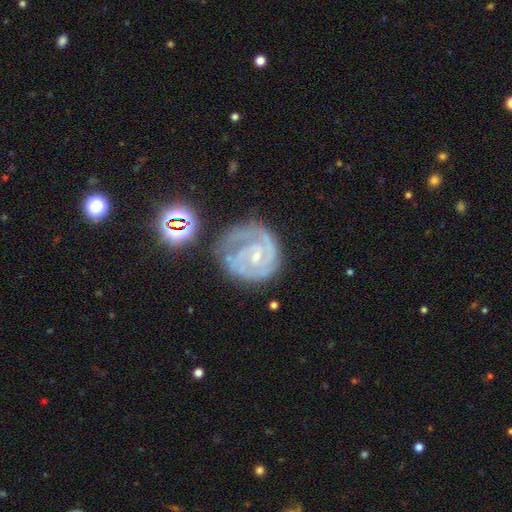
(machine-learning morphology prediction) Smooth or featured? Predicted: featured or disk (p=0.88). Edge-on disk? Predicted: no (p=0.98). Bar? Predicted: no (p=0.46). Spiral arms? Predicted: yes (p=0.97). Spiral winding? Predicted: tight (p=0.68). Spiral arm count? Predicted: 2 (p=0.55). Bulge size? Predicted: small (p=0.75). Merging? Predicted: none (p=0.56).